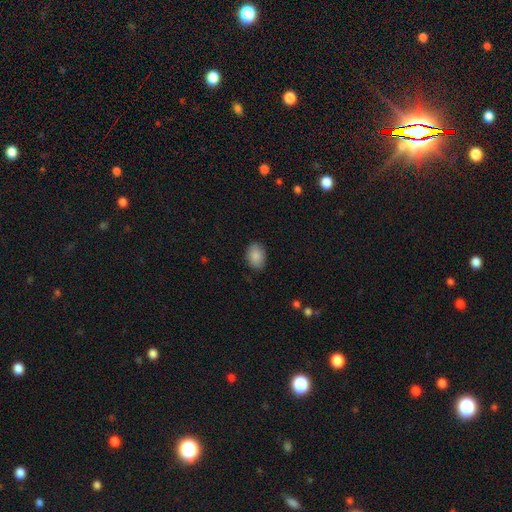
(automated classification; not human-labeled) This is clearly a smooth galaxy (88%). How rounded: clearly in between (81%). Merging: clearly none (85%).